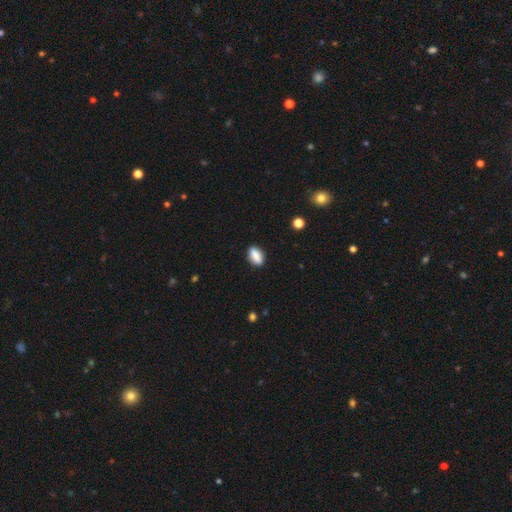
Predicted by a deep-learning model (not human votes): Smooth or featured: smooth — 85% (featured or disk — 8%)
How rounded: in between — 84% (cigar-shaped — 10%)
Merging: none — 86% (minor disturbance — 10%)